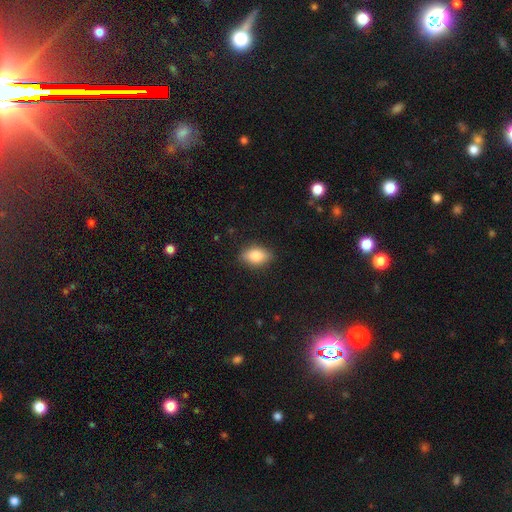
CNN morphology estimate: This appears to be a smooth galaxy with no disk features (83%) that is in between round and cigar-shaped (86%). Merging: none (84%).